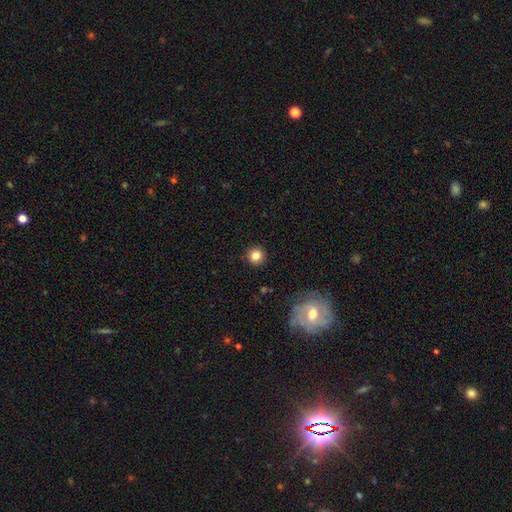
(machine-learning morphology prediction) A smooth galaxy with no disk features (82%) that is round (94%). Merging: none (91%).